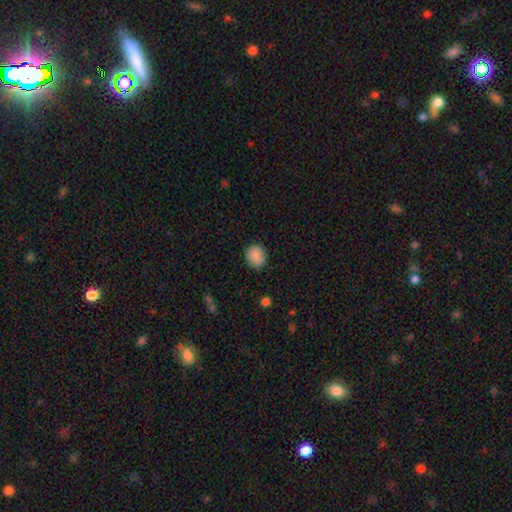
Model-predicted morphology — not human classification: smooth 88%, star or artifact 8%, featured or disk 4%. Down the decision tree: how rounded — round (73%); merging — none (88%).